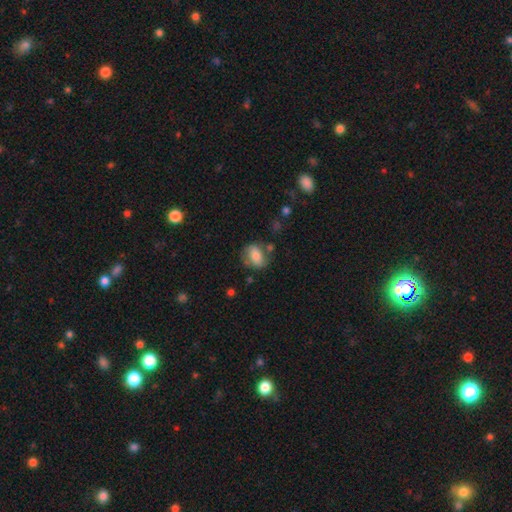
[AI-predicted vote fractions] Smooth or featured: smooth — 68% (featured or disk — 24%)
How rounded: in between — 66% (round — 31%)
Merging: none — 63% (minor disturbance — 21%)